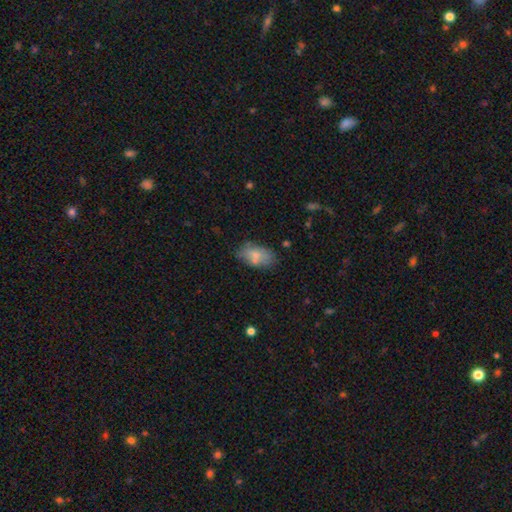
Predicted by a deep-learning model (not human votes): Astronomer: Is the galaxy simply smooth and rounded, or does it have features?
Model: smooth — 74%.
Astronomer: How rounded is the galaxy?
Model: in between — 90%.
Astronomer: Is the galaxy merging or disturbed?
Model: none — 58%.